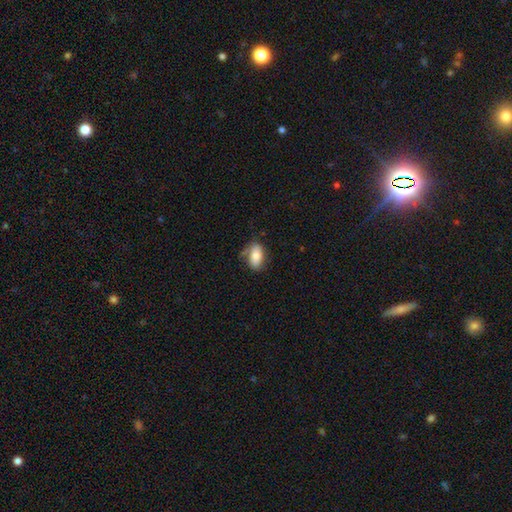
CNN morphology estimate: The model was most divided on "merging": none: 60%, minor disturbance: 26%, major disturbance: 9%, merger: 5%. More confident: how rounded — in between (91%); smooth or featured — smooth (76%).